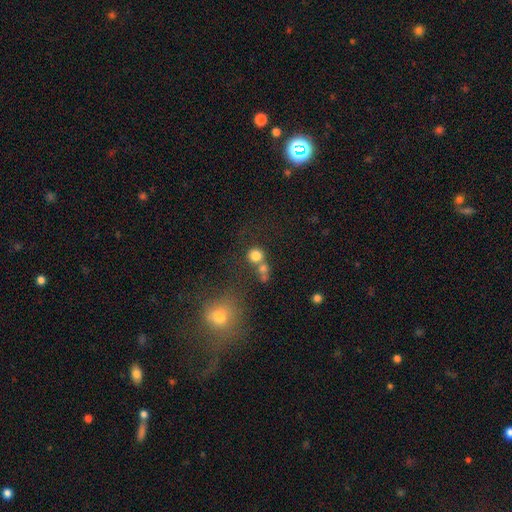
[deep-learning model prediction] This is likely a smooth galaxy (78%). How rounded: clearly round (89%). Merging: possibly none (53%).